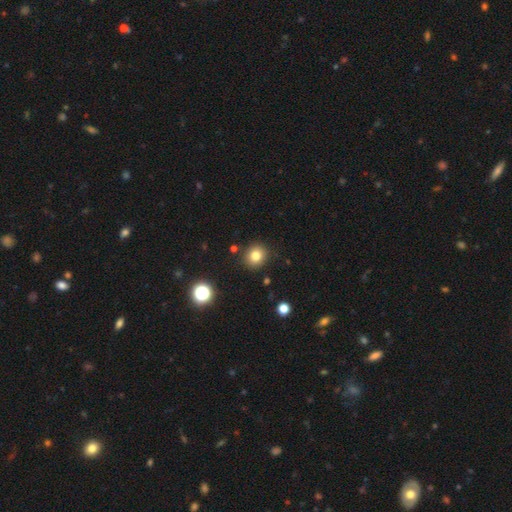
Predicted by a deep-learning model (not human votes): Smooth or featured? smooth (81%)
How rounded? round (85%)
Merging? none (89%)